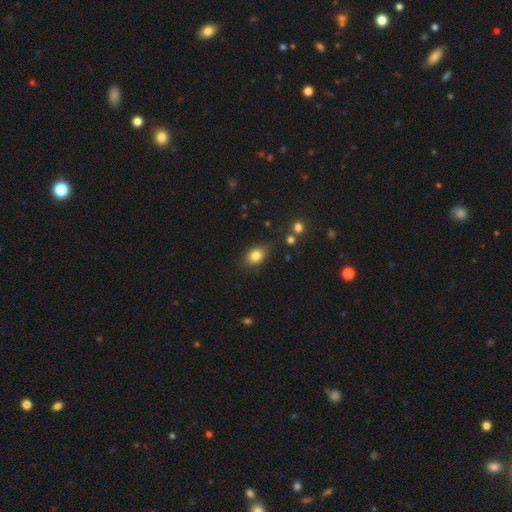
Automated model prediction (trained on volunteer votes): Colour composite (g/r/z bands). It shows a smooth galaxy with no disk features (83%) that is in between round and cigar-shaped (70%). Merging: none (80%).